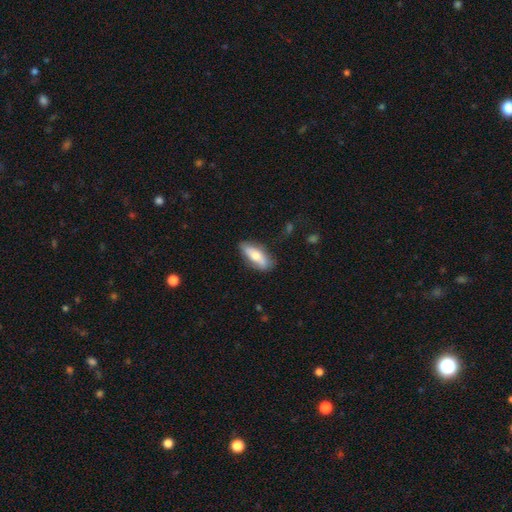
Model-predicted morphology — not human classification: smooth 64%, featured or disk 30%, star or artifact 6%. Down the decision tree: how rounded — in between (70%); merging — none (75%).